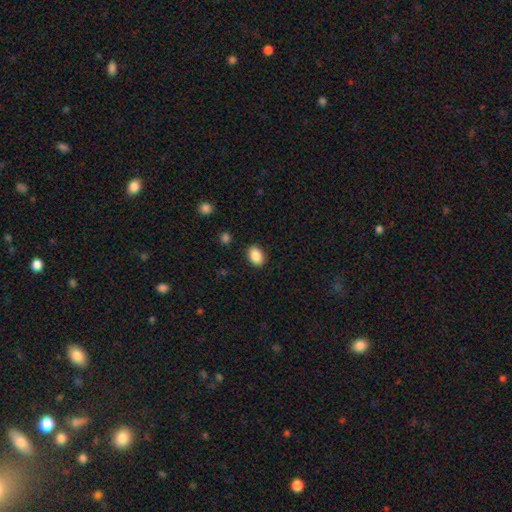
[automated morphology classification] Smooth or featured: smooth — 88% (star or artifact — 8%)
How rounded: in between — 81% (round — 18%)
Merging: none — 87% (minor disturbance — 9%)